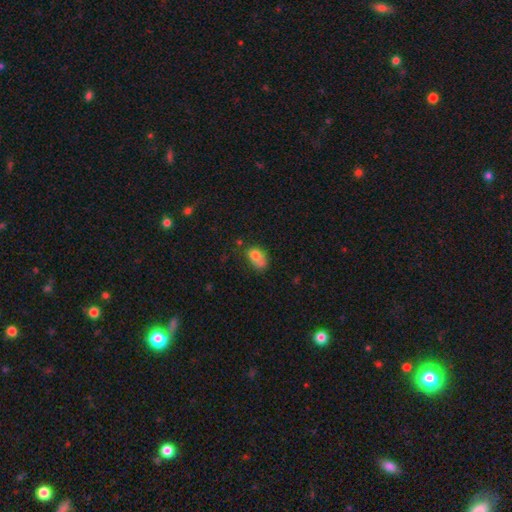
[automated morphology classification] Smooth or featured? Predicted: smooth (p=0.78). How rounded? Predicted: in between (p=0.79). Merging? Predicted: none (p=0.39).